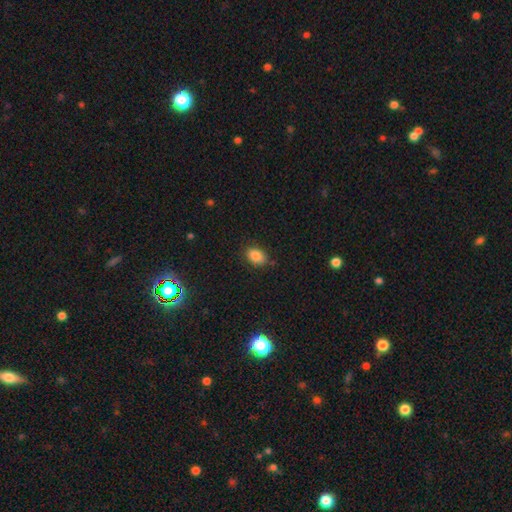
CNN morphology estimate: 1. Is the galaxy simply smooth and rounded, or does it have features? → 86% smooth, 9% star or artifact, 5% featured or disk.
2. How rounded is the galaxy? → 84% in between, 15% round, 1% cigar-shaped.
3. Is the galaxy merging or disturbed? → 81% none, 14% minor disturbance, 3% major disturbance, 2% merger.